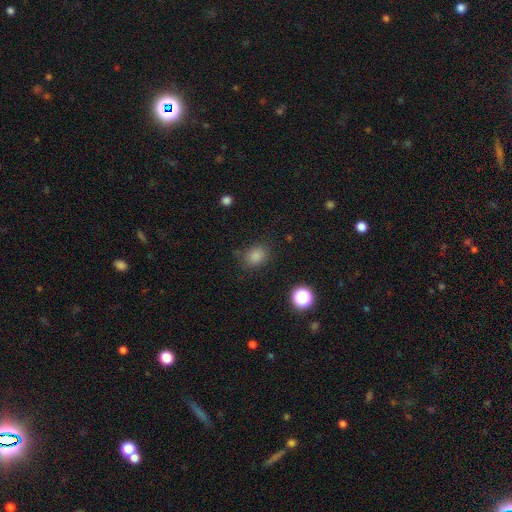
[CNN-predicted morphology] A smooth galaxy with no disk features (79%) that is round (51%).

Vote fractions:
- Smooth or featured? smooth: 79% / star or artifact: 16% / featured or disk: 5%
- How rounded? round: 51% / in between: 47% / cigar-shaped: 1%
- Merging? none: 79% / minor disturbance: 14% / major disturbance: 4% / merger: 2%